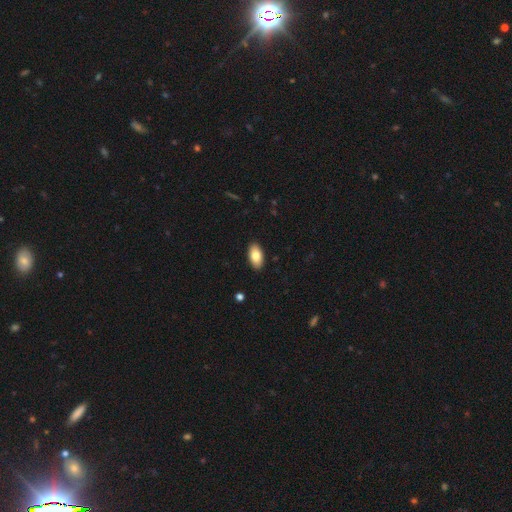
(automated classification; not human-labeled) This is clearly a smooth galaxy (82%). How rounded: clearly in between (94%). Merging: clearly none (90%).